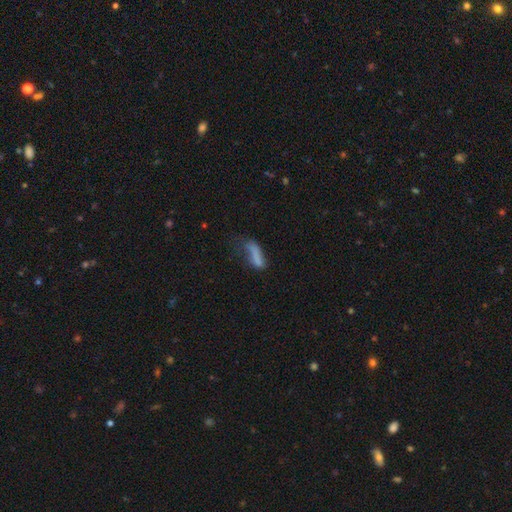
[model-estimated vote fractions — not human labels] A smooth galaxy with no disk features (69%) that is in between round and cigar-shaped (52%). Merging: major disturbance (37%).